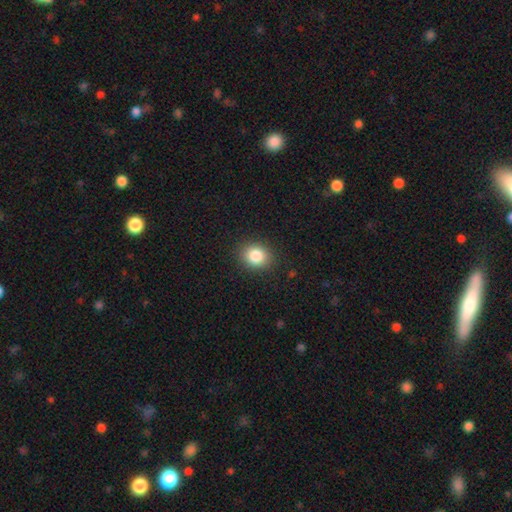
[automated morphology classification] Smooth or featured? smooth (84%)
How rounded? round (63%)
Merging? none (88%)